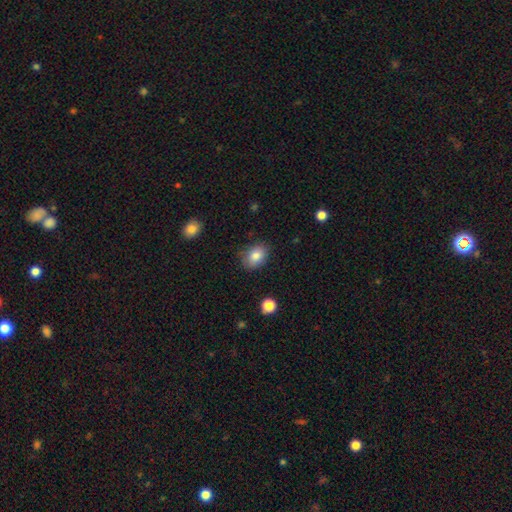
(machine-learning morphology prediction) Smooth or featured: smooth — 84% (star or artifact — 8%)
How rounded: in between — 74% (round — 25%)
Merging: none — 82% (minor disturbance — 13%)